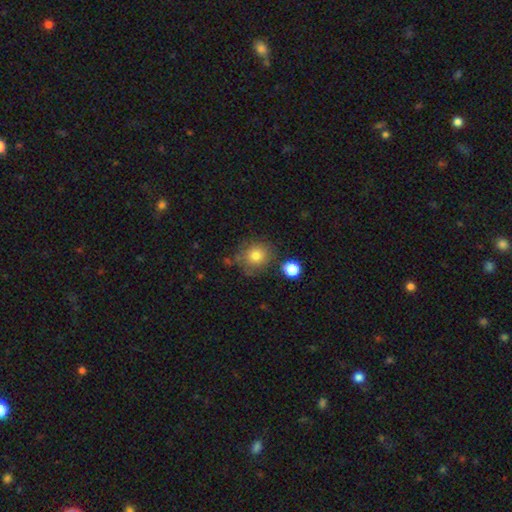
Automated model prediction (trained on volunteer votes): A smooth galaxy with no disk features (79%) that is round (84%).

Vote fractions:
- Smooth or featured? smooth: 79% / star or artifact: 11% / featured or disk: 10%
- How rounded? round: 84% / in between: 15% / cigar-shaped: 1%
- Merging? none: 70% / minor disturbance: 17% / merger: 7% / major disturbance: 6%